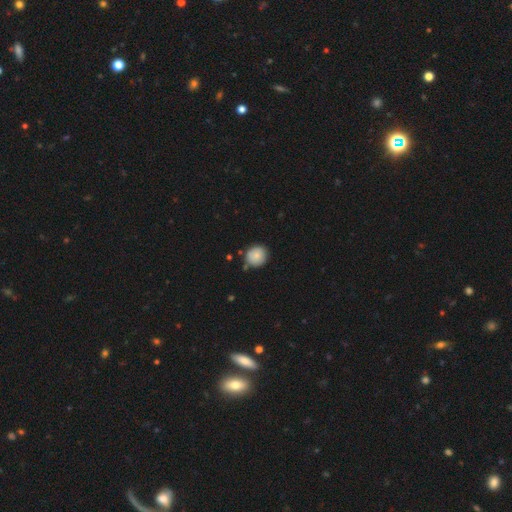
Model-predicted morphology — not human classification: smooth-or-featured: smooth: 84% | featured or disk: 8% | star or artifact: 8%
  how-rounded: round: 88% | in between: 11% | cigar-shaped: 1%
  merging: none: 79% | minor disturbance: 14% | merger: 4% | major disturbance: 3%